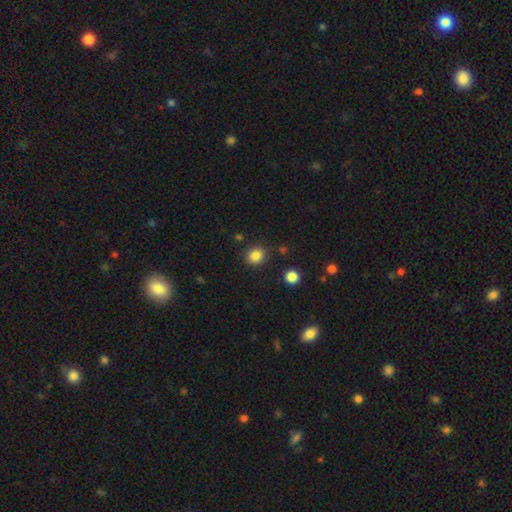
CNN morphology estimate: This is clearly a smooth galaxy (85%). How rounded: likely round (70%). Merging: clearly none (86%).